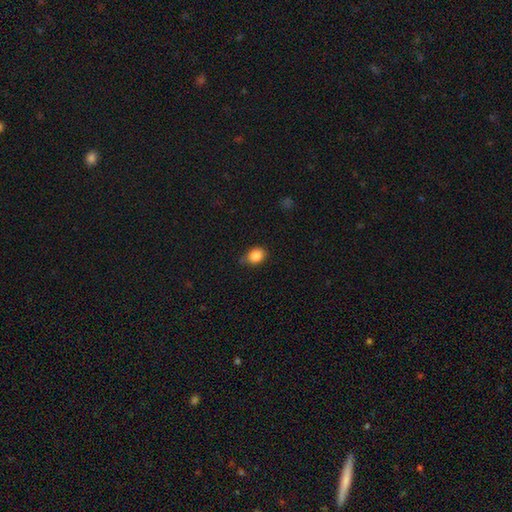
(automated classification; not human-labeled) The model was most divided on "how rounded": round: 50%, in between: 49%, cigar-shaped: 1%. More confident: smooth or featured — smooth (86%); merging — none (69%).